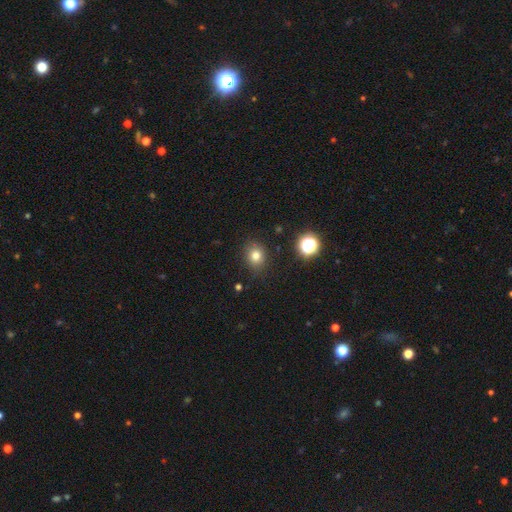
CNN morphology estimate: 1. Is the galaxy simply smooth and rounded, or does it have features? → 79% smooth, 15% star or artifact, 7% featured or disk.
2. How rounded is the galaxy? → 70% round, 29% in between, 1% cigar-shaped.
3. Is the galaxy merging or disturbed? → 84% none, 11% minor disturbance, 3% major disturbance, 2% merger.